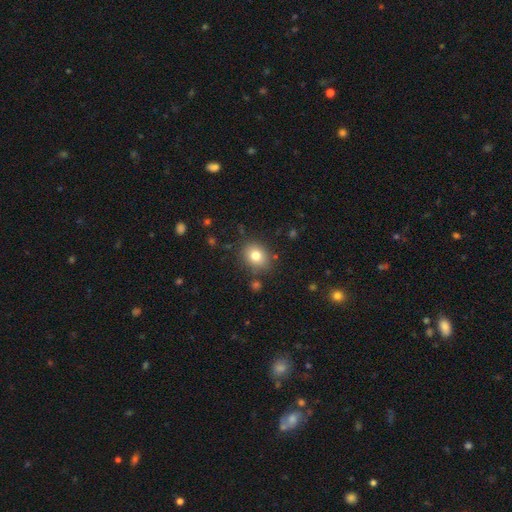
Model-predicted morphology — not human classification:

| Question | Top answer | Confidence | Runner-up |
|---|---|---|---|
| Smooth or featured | smooth | 79% | star or artifact (11%) |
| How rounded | round | 61% | in between (38%) |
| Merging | none | 84% | minor disturbance (10%) |